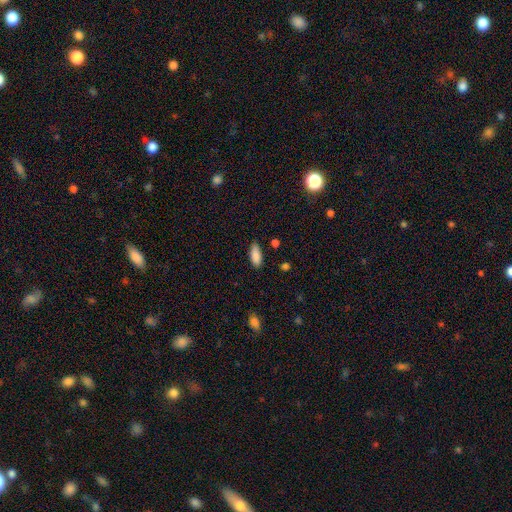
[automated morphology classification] Smooth or featured?
  - smooth: 88% *
  - star or artifact: 7%
  - featured or disk: 5%
How rounded?
  - in between: 80% *
  - cigar-shaped: 18%
  - round: 2%
Merging?
  - none: 81% *
  - minor disturbance: 15%
  - major disturbance: 3%
  - merger: 2%